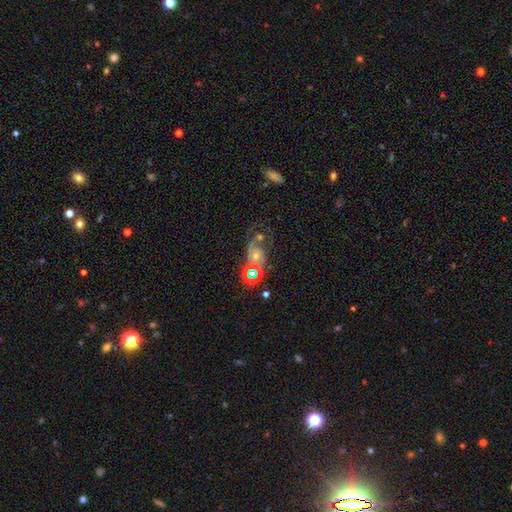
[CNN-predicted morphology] smooth_or_featured: featured or disk (p=0.60) [alt: star or artifact p=0.21]
disk_edge_on: no (p=0.94) [alt: yes p=0.06]
bar: no (p=0.79) [alt: weak p=0.16]
has_spiral_arms: yes (p=0.76) [alt: no p=0.24]
bulge_size: moderate (p=0.52) [alt: small p=0.39]
merging: none (p=0.39) [alt: major disturbance p=0.22]